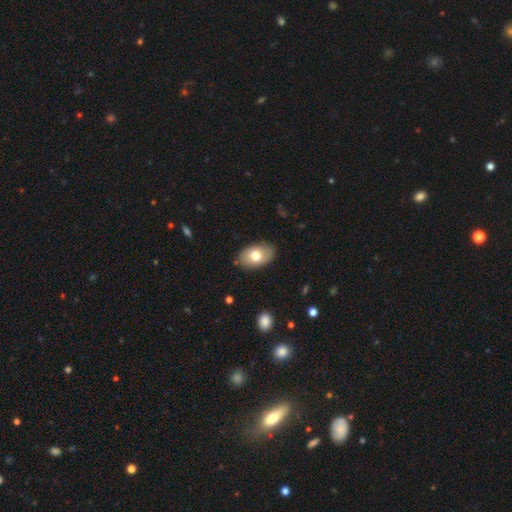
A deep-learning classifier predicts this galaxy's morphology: This is likely a smooth galaxy (73%). How rounded: clearly in between (91%). Merging: clearly none (84%).